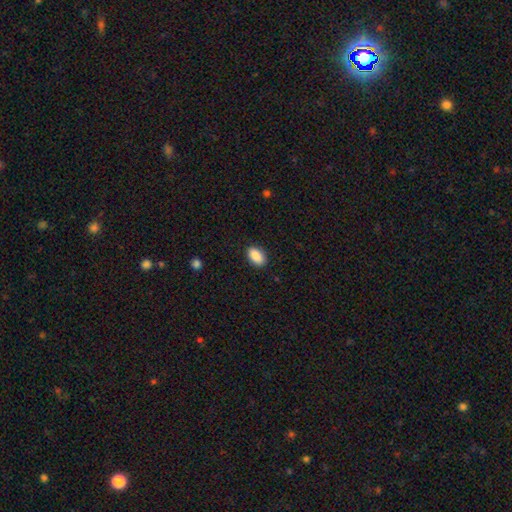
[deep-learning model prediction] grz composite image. It shows a smooth galaxy with no disk features (90%) that is in between round and cigar-shaped (92%). Merging: none (88%).